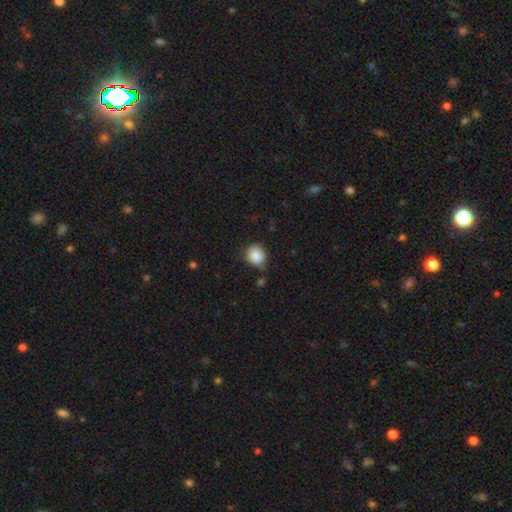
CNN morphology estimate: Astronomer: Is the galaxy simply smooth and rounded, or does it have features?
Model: smooth — 87%.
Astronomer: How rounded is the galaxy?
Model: round — 82%.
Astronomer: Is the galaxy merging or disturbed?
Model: none — 59%.